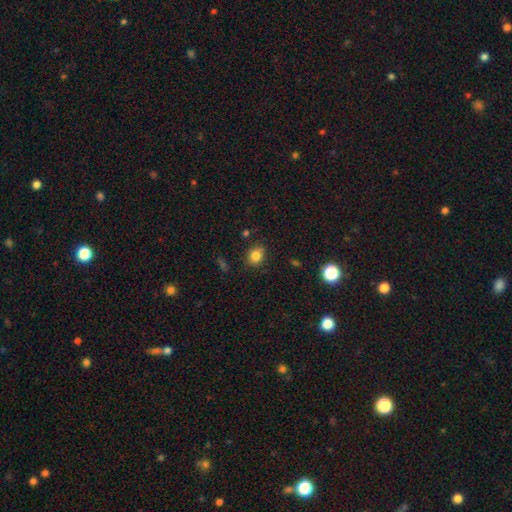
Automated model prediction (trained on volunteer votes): Q: Smooth or featured?
A: smooth (82%); runner-up: star or artifact (12%)
Q: How rounded?
A: round (65%); runner-up: in between (34%)
Q: Merging?
A: none (82%); runner-up: minor disturbance (13%)